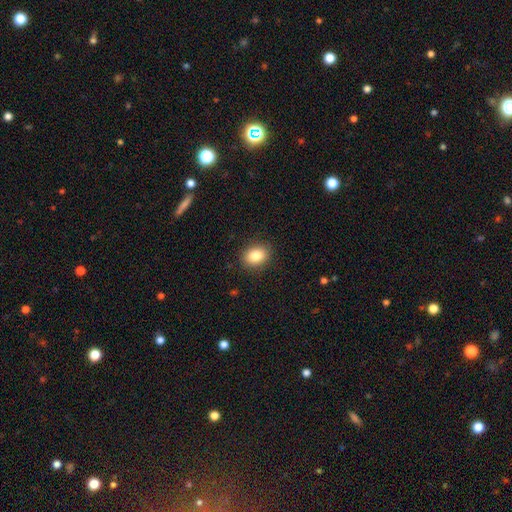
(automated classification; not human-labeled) Smooth or featured?
  - smooth: 83% *
  - star or artifact: 9%
  - featured or disk: 8%
How rounded?
  - in between: 58% *
  - round: 41%
  - cigar-shaped: 1%
Merging?
  - none: 88% *
  - minor disturbance: 8%
  - major disturbance: 2%
  - merger: 1%